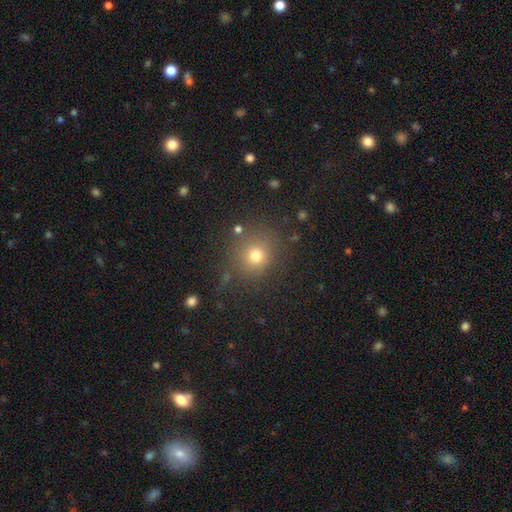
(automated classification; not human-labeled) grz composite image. It shows a smooth galaxy with no disk features (74%) that is round (88%). Merging: none (82%).